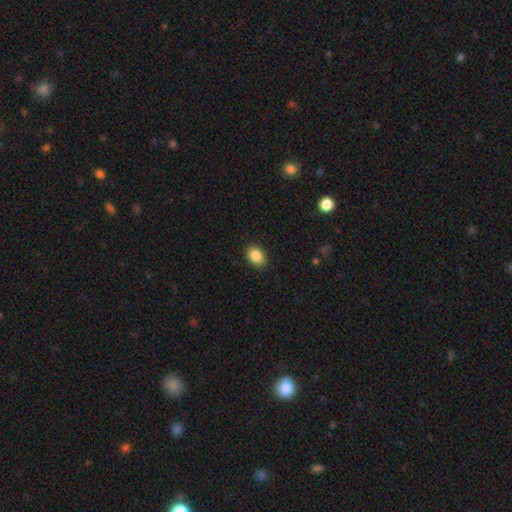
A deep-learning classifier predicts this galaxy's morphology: A smooth galaxy with no disk features (88%) that is in between round and cigar-shaped (80%). Merging: none (89%).